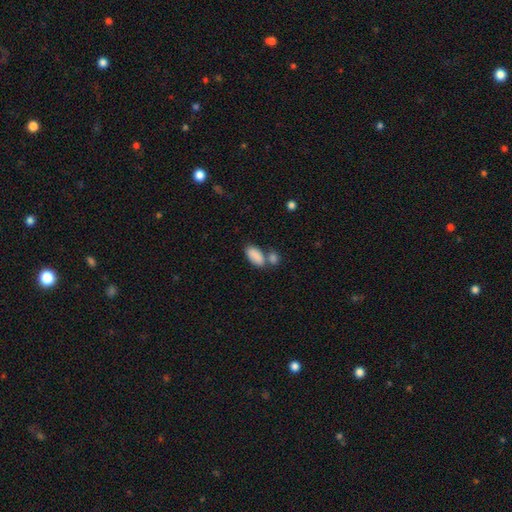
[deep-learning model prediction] Morphology: type=smooth (87%); roundness=in between (92%); merging=none (44%).